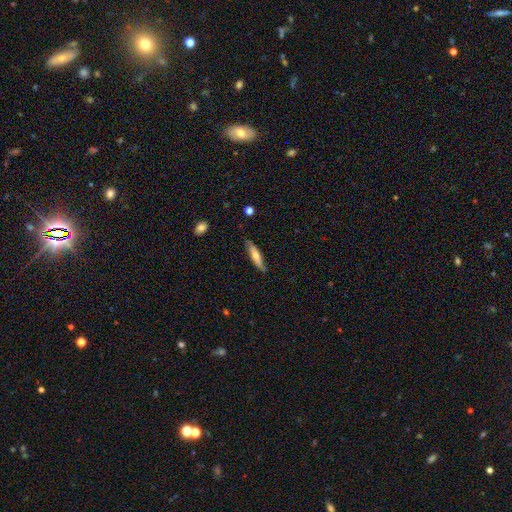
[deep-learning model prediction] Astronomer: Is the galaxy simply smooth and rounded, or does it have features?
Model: smooth — 59% (runner-up: featured or disk, 35%).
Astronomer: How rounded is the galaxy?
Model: cigar-shaped — 80%.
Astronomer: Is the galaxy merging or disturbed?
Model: none — 80%.